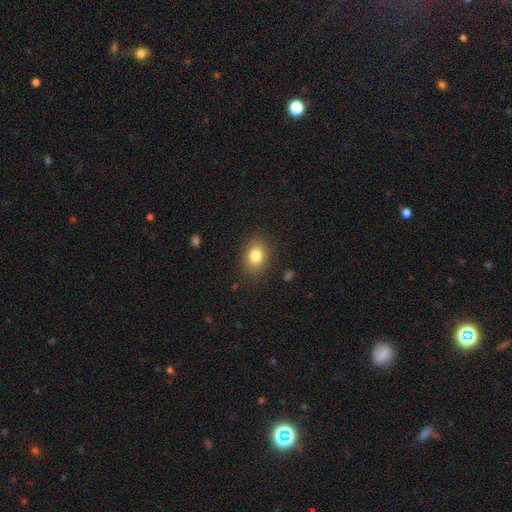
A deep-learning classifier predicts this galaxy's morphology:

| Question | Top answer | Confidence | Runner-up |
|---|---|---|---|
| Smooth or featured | smooth | 81% | star or artifact (10%) |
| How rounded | in between | 61% | round (38%) |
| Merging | none | 86% | minor disturbance (10%) |